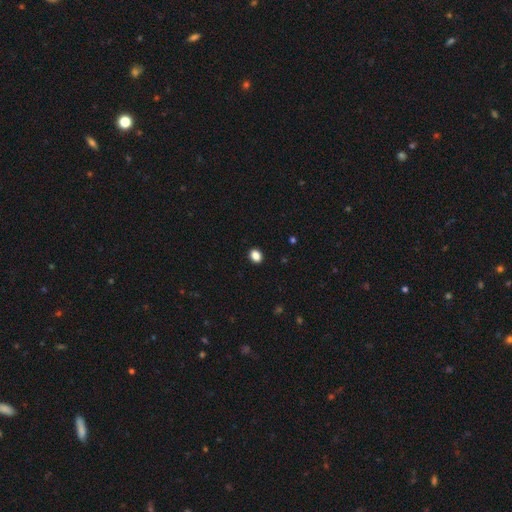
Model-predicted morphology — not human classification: smooth-or-featured: smooth: 87% | star or artifact: 10% | featured or disk: 3%
  how-rounded: in between: 55% | round: 44% | cigar-shaped: 1%
  merging: none: 91% | minor disturbance: 6% | major disturbance: 2% | merger: 1%